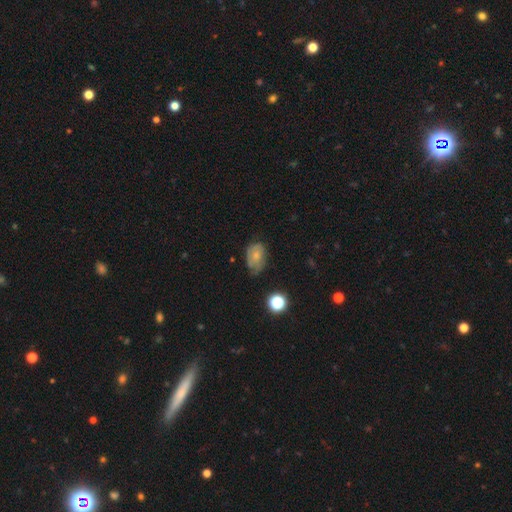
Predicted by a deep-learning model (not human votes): A smooth galaxy with no disk features (62%) that is in between round and cigar-shaped (75%). Merging: none (45%).